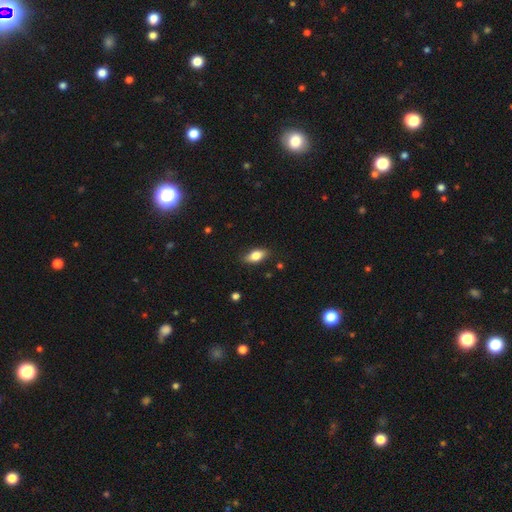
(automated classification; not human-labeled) The model was most divided on "smooth or featured": smooth: 74%, featured or disk: 19%, star or artifact: 7%. More confident: how rounded — in between (84%); merging — none (83%).